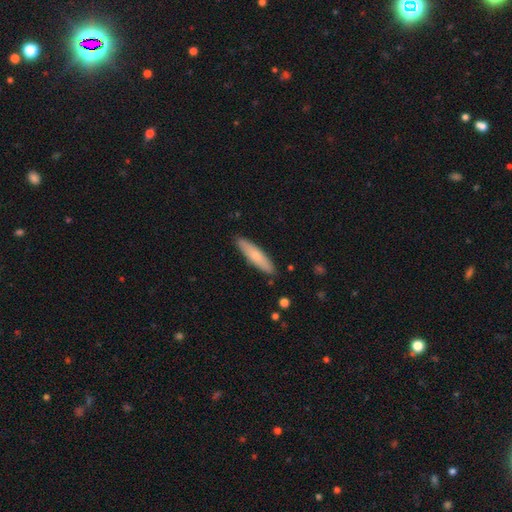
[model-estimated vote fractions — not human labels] Smooth or featured? smooth (71%)
How rounded? cigar-shaped (78%)
Merging? none (89%)